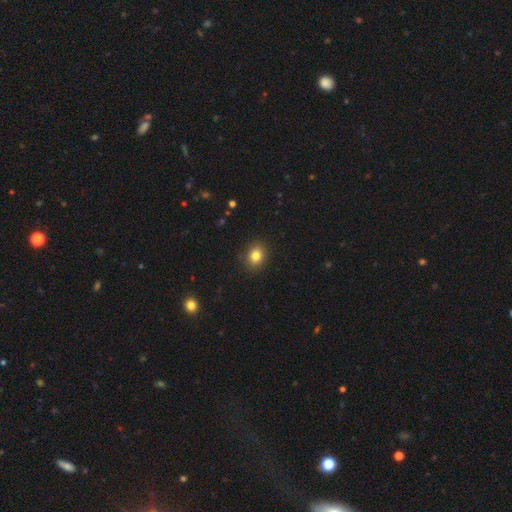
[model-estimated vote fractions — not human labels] Smooth or featured? smooth (83%)
How rounded? round (65%)
Merging? none (88%)